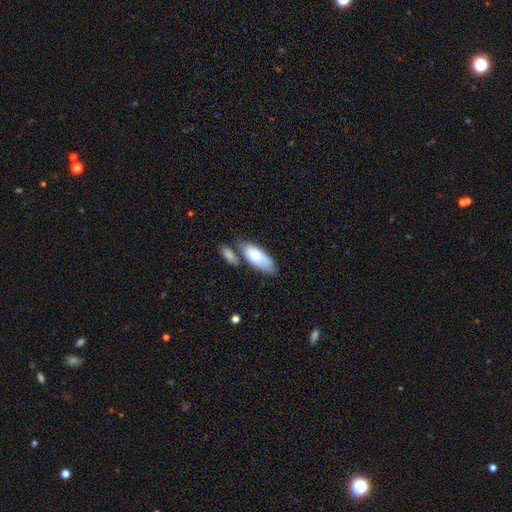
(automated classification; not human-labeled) A smooth galaxy with no disk features (74%) that is in between round and cigar-shaped (79%).

Vote fractions:
- Smooth or featured? smooth: 74% / featured or disk: 20% / star or artifact: 6%
- How rounded? in between: 79% / cigar-shaped: 18% / round: 2%
- Merging? none: 49% / merger: 26% / minor disturbance: 20% / major disturbance: 5%